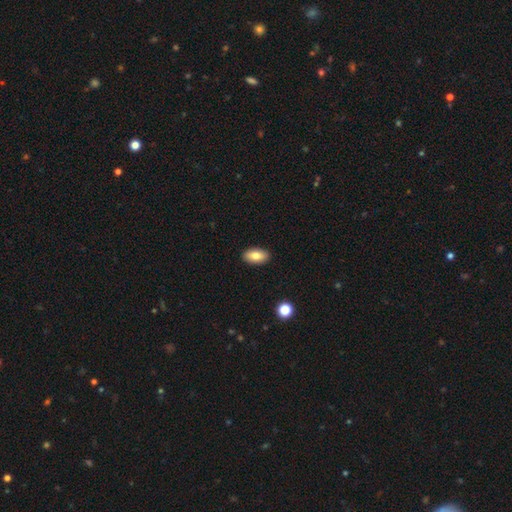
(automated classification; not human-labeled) This is clearly a smooth galaxy (80%). How rounded: clearly in between (93%). Merging: clearly none (90%).